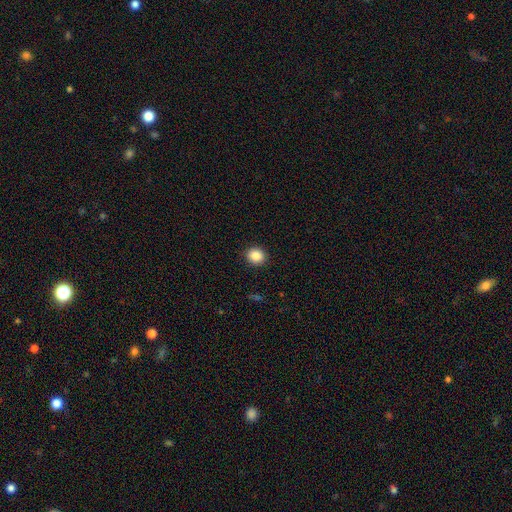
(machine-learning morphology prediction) This appears to be a smooth galaxy with no disk features (88%) that is round (81%). Merging: none (91%).